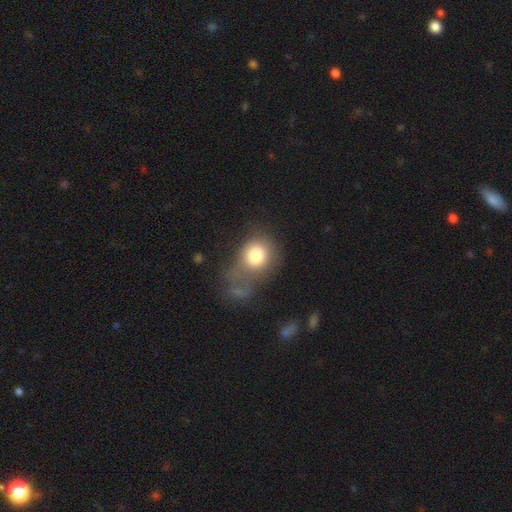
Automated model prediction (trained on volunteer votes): This is likely a smooth galaxy (77%). How rounded: likely round (67%). Merging: marginally major disturbance (38%).